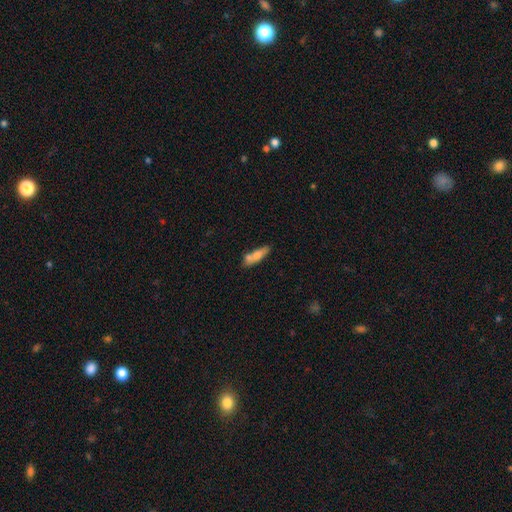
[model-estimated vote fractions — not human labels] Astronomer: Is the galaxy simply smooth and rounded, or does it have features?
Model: smooth — 68%.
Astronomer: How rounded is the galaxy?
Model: cigar-shaped — 62%.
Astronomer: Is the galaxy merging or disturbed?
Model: none — 50% (runner-up: merger, 26%).